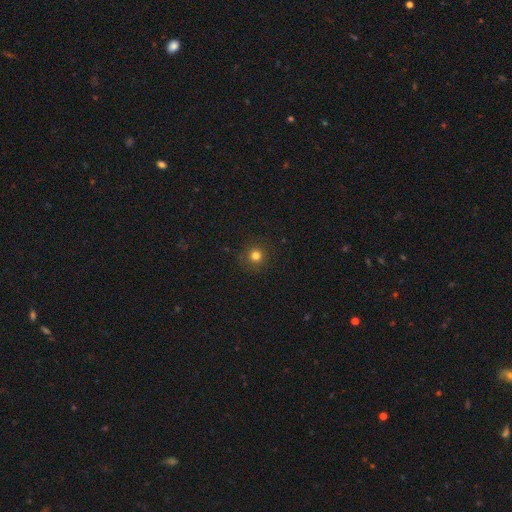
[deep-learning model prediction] Overall: smooth (80%). How rounded: round (95%). Merging: none (90%).